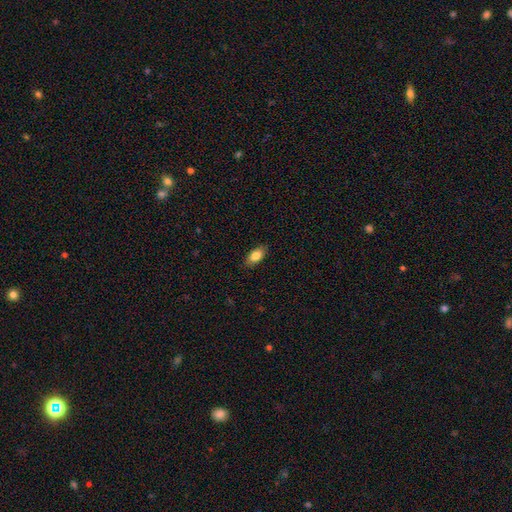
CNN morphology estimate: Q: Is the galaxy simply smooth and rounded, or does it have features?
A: smooth — 82%.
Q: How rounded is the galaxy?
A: in between — 89%.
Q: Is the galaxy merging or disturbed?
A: none — 87%.